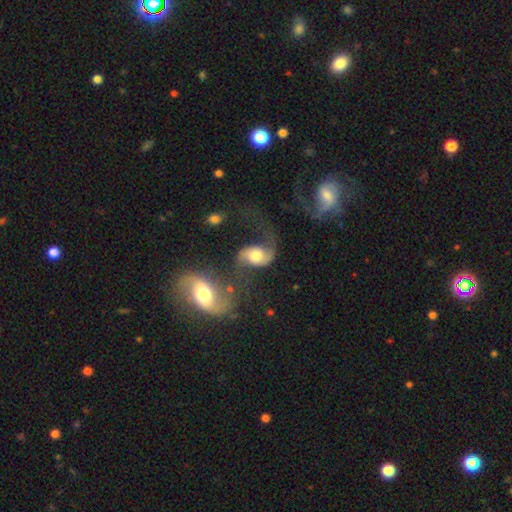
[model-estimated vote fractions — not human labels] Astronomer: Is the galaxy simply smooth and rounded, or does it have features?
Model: featured or disk — 78%.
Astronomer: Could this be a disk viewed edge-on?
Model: no — 97%.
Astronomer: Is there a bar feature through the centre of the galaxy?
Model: no — 60%.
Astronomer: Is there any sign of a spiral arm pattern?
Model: yes — 93%.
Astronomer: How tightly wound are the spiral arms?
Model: loose — 63%.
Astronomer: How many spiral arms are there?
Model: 2 — 88%.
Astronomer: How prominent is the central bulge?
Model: moderate — 61%.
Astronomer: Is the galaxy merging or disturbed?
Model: none — 43% (runner-up: major disturbance, 22%).